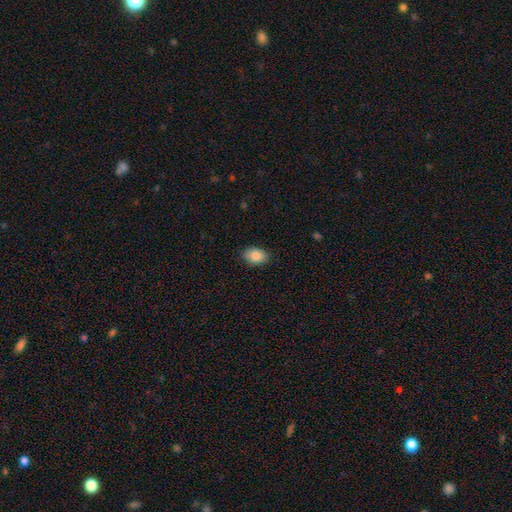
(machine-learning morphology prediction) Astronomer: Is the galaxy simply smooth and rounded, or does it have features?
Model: smooth — 87%.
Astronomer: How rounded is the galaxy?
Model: in between — 83%.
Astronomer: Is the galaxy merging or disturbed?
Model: none — 87%.